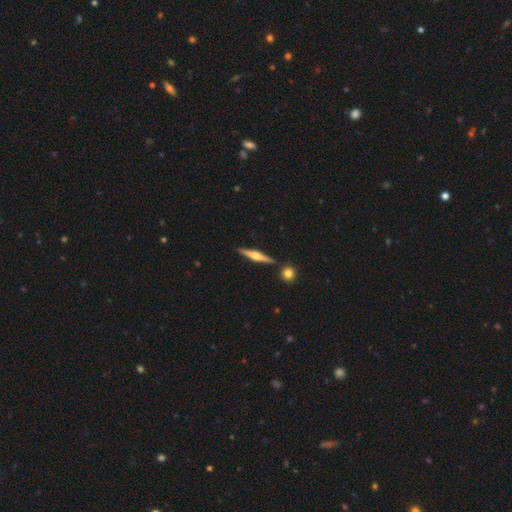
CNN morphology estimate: Smooth or featured? featured or disk (65%)
Edge-on disk? yes (98%)
Edge-on bulge? rounded (86%)
Merging? none (88%)